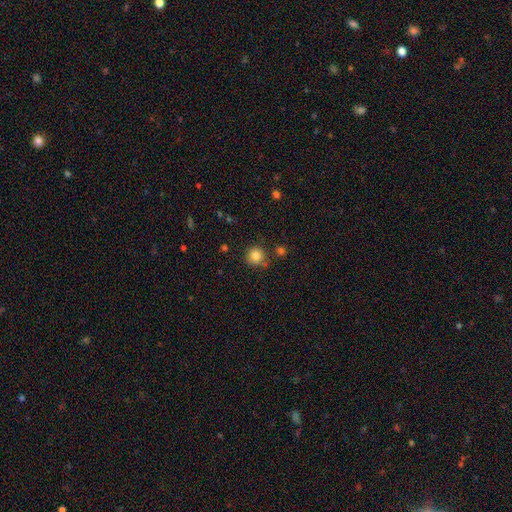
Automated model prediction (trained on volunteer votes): A smooth galaxy with no disk features (84%) that is round (92%).

Vote fractions:
- Smooth or featured? smooth: 84% / star or artifact: 11% / featured or disk: 5%
- How rounded? round: 92% / in between: 7% / cigar-shaped: 1%
- Merging? none: 78% / minor disturbance: 12% / merger: 6% / major disturbance: 3%